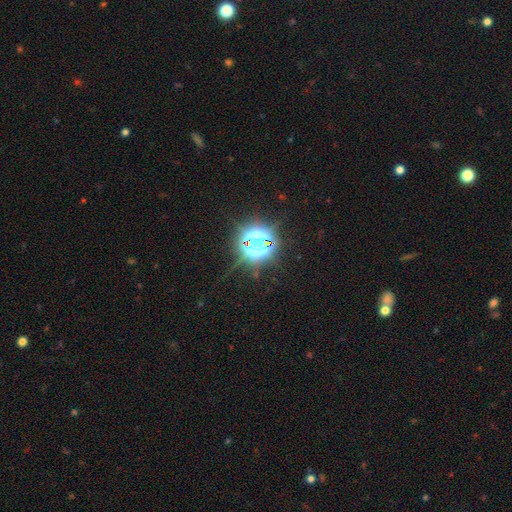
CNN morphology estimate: star or artifact 83%, smooth 12%, featured or disk 5%.